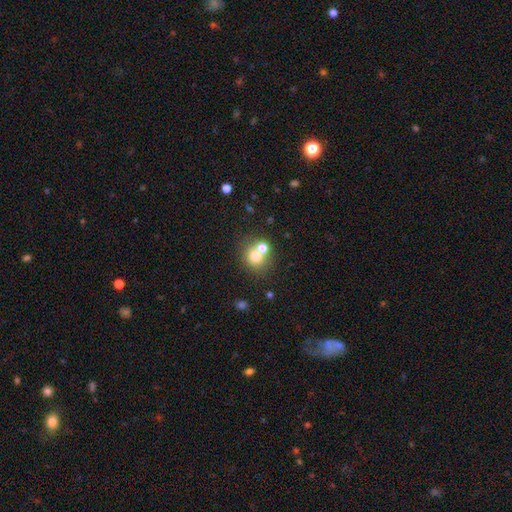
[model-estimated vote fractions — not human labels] The model was most divided on "merging": none: 51%, merger: 36%, minor disturbance: 8%, major disturbance: 4%. More confident: how rounded — round (80%); smooth or featured — smooth (72%).